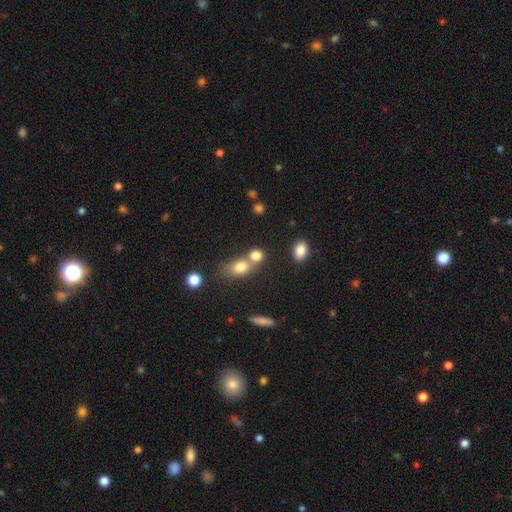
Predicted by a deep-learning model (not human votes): Q: Smooth or featured?
A: smooth (79%); runner-up: star or artifact (12%)
Q: How rounded?
A: round (55%); runner-up: in between (42%)
Q: Merging?
A: merger (49%); runner-up: none (39%)